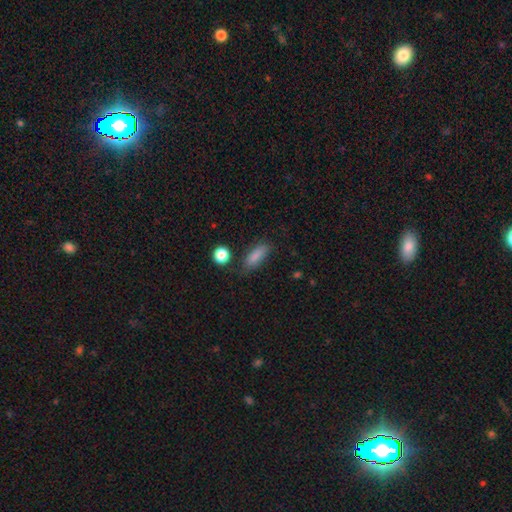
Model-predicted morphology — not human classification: A smooth galaxy with no disk features (84%) that is in between round and cigar-shaped (61%).

Vote fractions:
- Smooth or featured? smooth: 84% / star or artifact: 8% / featured or disk: 8%
- How rounded? in between: 61% / cigar-shaped: 35% / round: 4%
- Merging? none: 72% / minor disturbance: 19% / major disturbance: 5% / merger: 4%